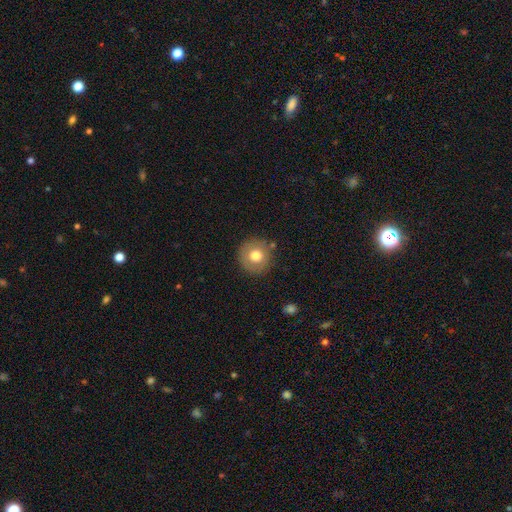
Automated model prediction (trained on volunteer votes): Q: Smooth or featured?
A: smooth (74%); runner-up: featured or disk (17%)
Q: How rounded?
A: round (94%); runner-up: in between (5%)
Q: Merging?
A: none (86%); runner-up: minor disturbance (9%)